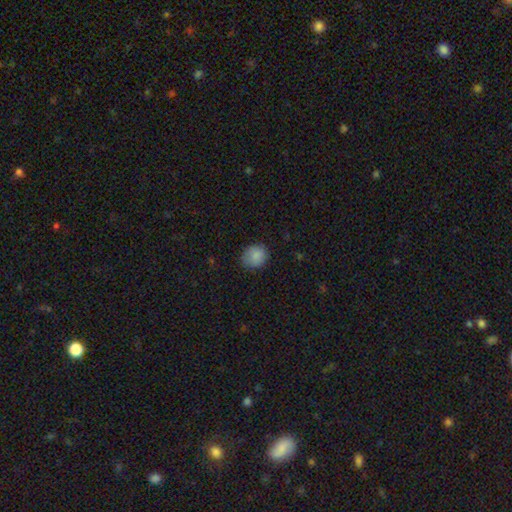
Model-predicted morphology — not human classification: Overall: smooth (87%). How rounded: round (74%). Merging: none (79%).